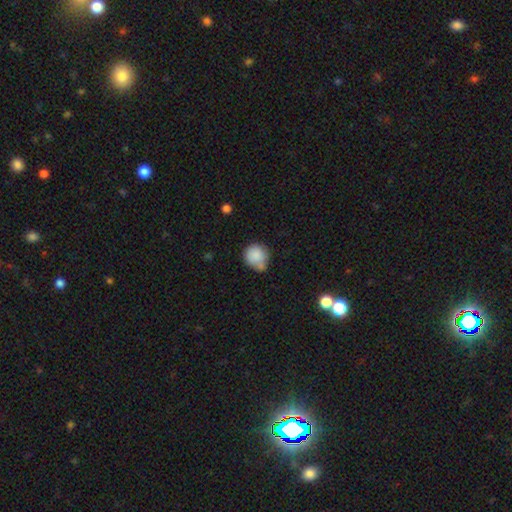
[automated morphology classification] Smooth or featured? Predicted: smooth (p=0.85). How rounded? Predicted: round (p=0.86). Merging? Predicted: none (p=0.48).